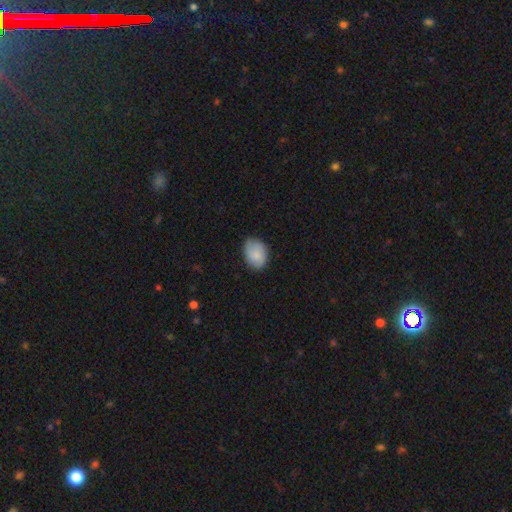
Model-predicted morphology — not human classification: Smooth or featured: smooth — 81% (featured or disk — 12%)
How rounded: in between — 75% (round — 24%)
Merging: none — 71% (minor disturbance — 24%)